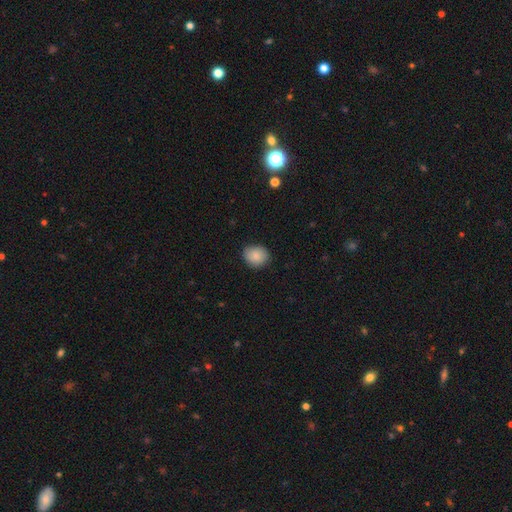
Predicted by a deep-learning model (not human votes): smooth_or_featured: smooth (p=0.87) [alt: star or artifact p=0.08]
how_rounded: round (p=0.68) [alt: in between p=0.31]
merging: none (p=0.86) [alt: minor disturbance p=0.11]